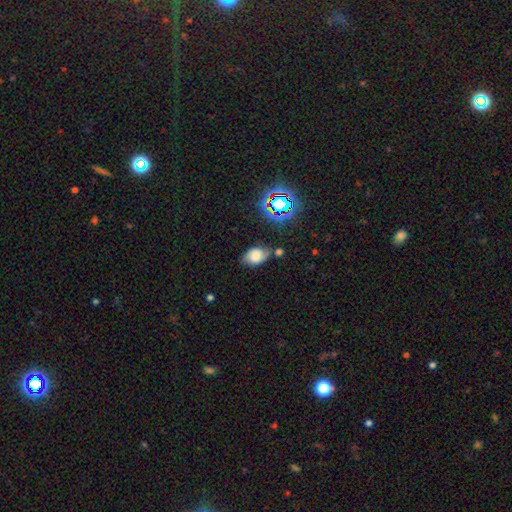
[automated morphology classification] Smooth or featured? smooth (63%)
How rounded? in between (84%)
Merging? none (62%)